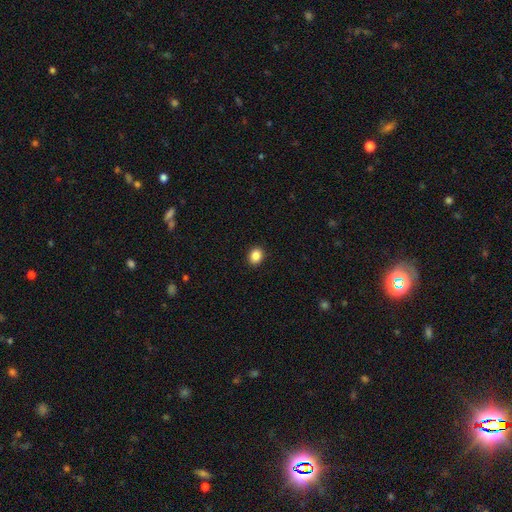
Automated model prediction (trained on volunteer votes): A smooth galaxy with no disk features (86%) that is round (60%). Merging: none (92%).